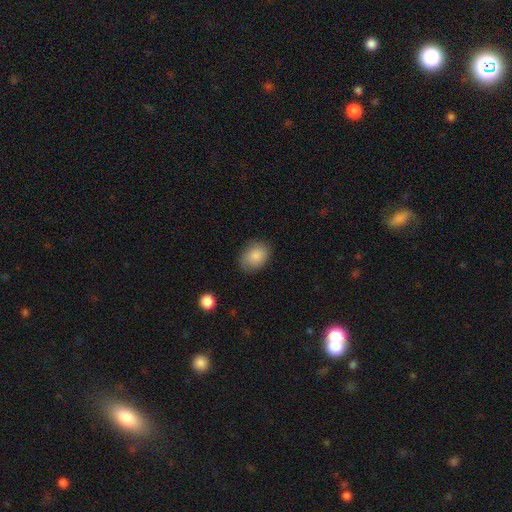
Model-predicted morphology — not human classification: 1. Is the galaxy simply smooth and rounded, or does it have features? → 87% smooth, 7% star or artifact, 6% featured or disk.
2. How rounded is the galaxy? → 76% in between, 23% round, 1% cigar-shaped.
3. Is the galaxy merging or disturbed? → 80% none, 15% minor disturbance, 4% major disturbance, 1% merger.